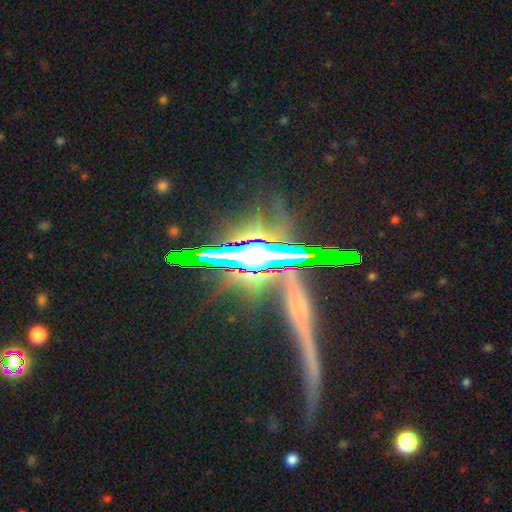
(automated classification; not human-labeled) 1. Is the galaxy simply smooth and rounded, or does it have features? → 64% star or artifact, 26% featured or disk, 11% smooth.